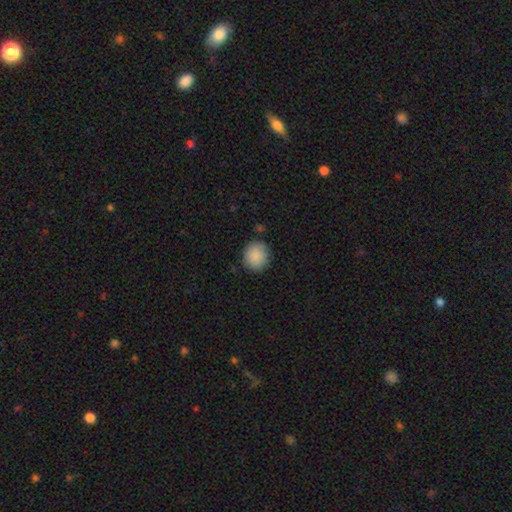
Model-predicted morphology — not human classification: Overall: smooth (89%). How rounded: round (88%). Merging: none (86%).